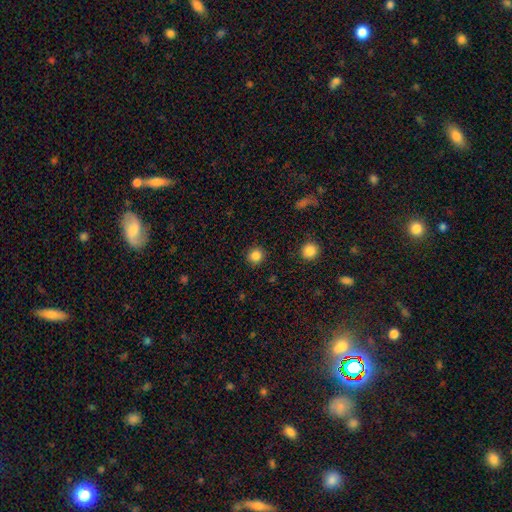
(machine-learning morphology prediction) Smooth or featured?
  - smooth: 85% *
  - star or artifact: 11%
  - featured or disk: 4%
How rounded?
  - round: 91% *
  - in between: 8%
  - cigar-shaped: 1%
Merging?
  - none: 91% *
  - minor disturbance: 5%
  - major disturbance: 2%
  - merger: 1%